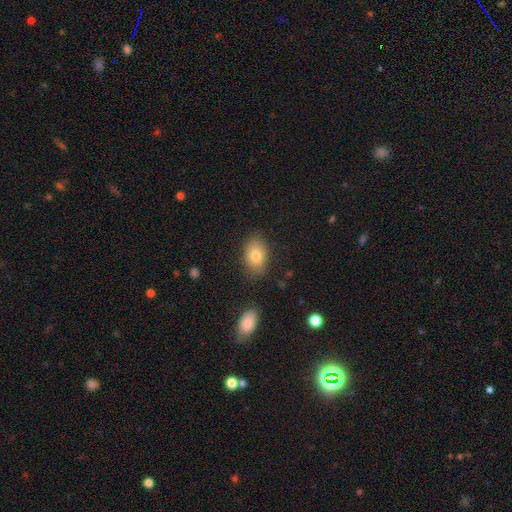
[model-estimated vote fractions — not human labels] A smooth galaxy with no disk features (80%) that is in between round and cigar-shaped (81%).

Vote fractions:
- Smooth or featured? smooth: 80% / featured or disk: 12% / star or artifact: 9%
- How rounded? in between: 81% / round: 18% / cigar-shaped: 1%
- Merging? none: 81% / minor disturbance: 13% / major disturbance: 3% / merger: 2%